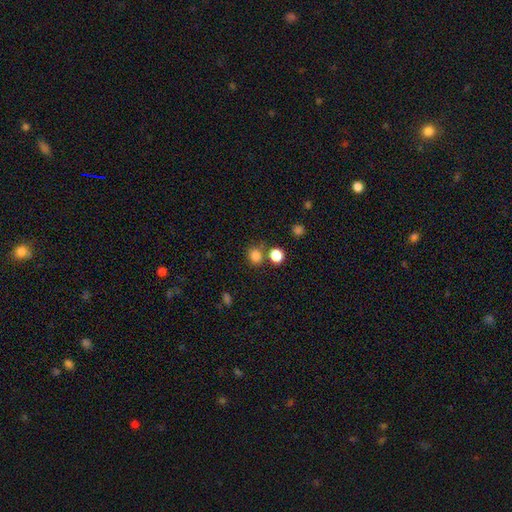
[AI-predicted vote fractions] Smooth or featured? Predicted: smooth (p=0.81). How rounded? Predicted: round (p=0.76). Merging? Predicted: none (p=0.67).